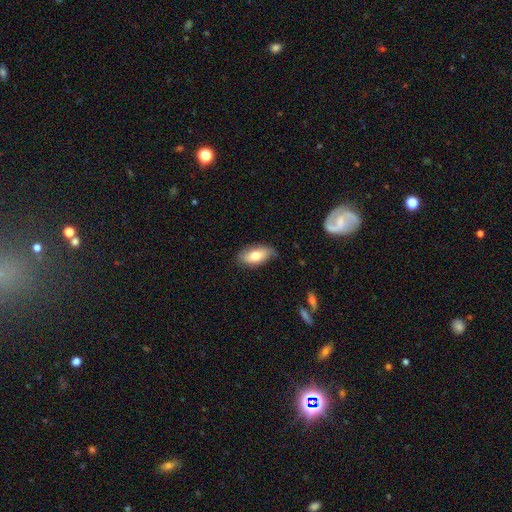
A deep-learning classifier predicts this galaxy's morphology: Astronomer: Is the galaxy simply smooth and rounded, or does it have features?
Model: smooth — 75%.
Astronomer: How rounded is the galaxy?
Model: in between — 91%.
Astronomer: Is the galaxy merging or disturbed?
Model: none — 72%.